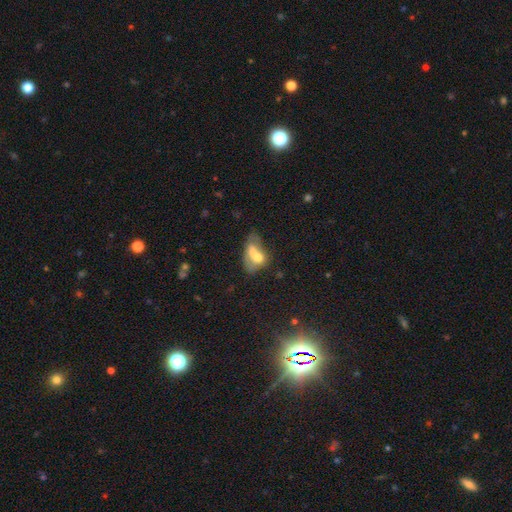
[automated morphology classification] type=smooth (58%); roundness=in between (79%); merging=merger (62%).